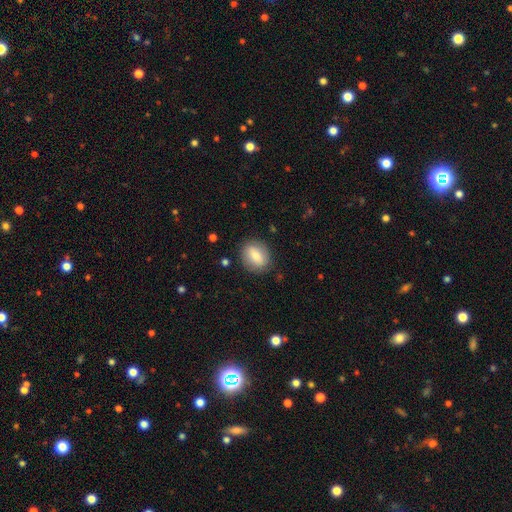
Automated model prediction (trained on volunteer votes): A smooth galaxy with no disk features (79%) that is in between round and cigar-shaped (63%).

Vote fractions:
- Smooth or featured? smooth: 79% / featured or disk: 14% / star or artifact: 7%
- How rounded? in between: 63% / round: 34% / cigar-shaped: 3%
- Merging? none: 83% / minor disturbance: 11% / major disturbance: 4% / merger: 1%